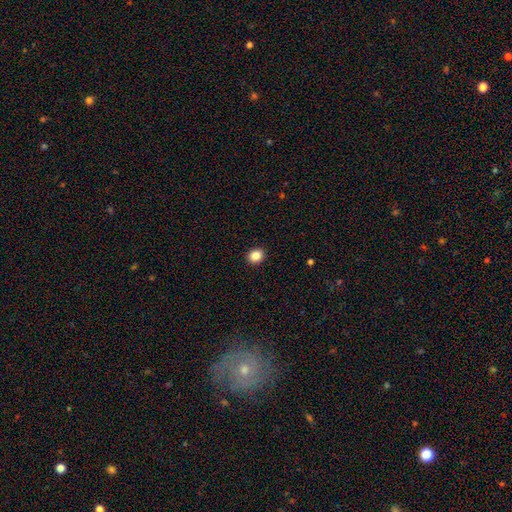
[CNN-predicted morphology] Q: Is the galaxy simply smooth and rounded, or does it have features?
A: smooth — 86%.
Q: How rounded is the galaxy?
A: round — 73%.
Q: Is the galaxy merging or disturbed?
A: none — 93%.